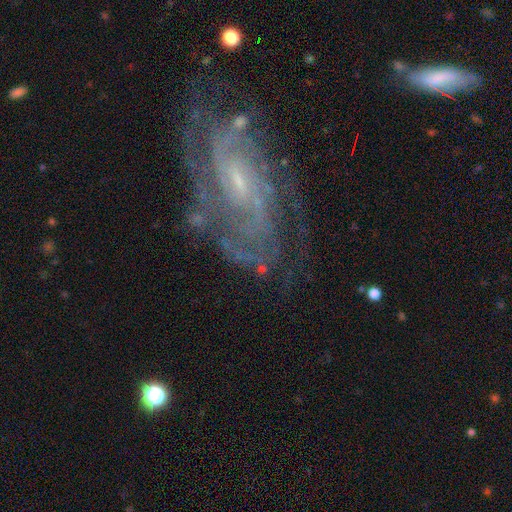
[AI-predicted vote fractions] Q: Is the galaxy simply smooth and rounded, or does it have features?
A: featured or disk — 87%.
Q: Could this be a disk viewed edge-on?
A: no — 95%.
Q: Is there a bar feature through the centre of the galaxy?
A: weak — 51%.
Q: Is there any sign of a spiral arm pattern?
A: yes — 96%.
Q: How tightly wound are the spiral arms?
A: tight — 57%.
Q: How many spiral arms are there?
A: can't tell — 32%.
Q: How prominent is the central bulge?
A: small — 72%.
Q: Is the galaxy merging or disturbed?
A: none — 70%.